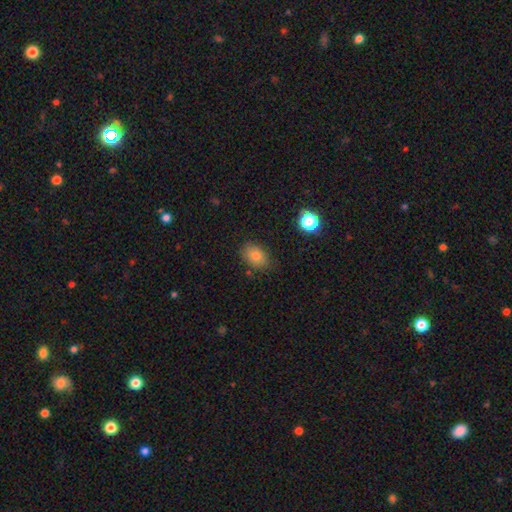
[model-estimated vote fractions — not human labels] A smooth galaxy with no disk features (78%) that is in between round and cigar-shaped (78%). Merging: none (81%).